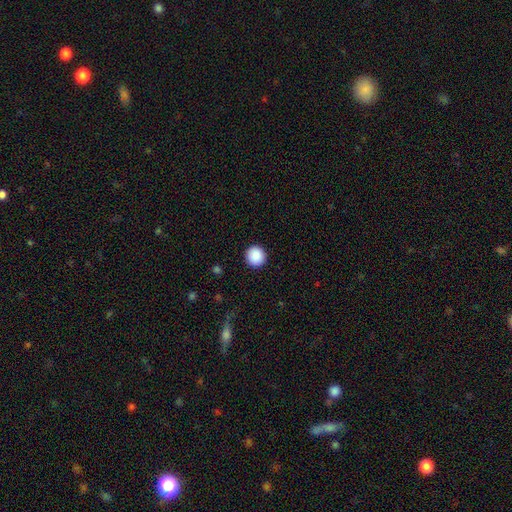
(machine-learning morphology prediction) This appears to be a smooth galaxy with no disk features (89%) that is round (95%). Merging: none (92%).